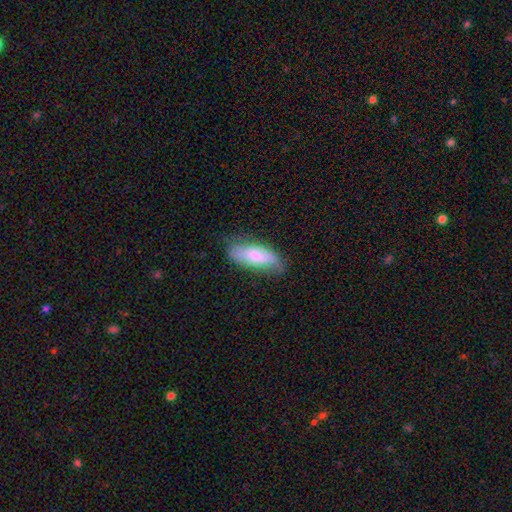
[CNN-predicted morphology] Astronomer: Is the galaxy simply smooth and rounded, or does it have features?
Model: smooth — 69%.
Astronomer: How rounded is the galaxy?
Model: in between — 76%.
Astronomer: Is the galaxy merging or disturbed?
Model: none — 64%.